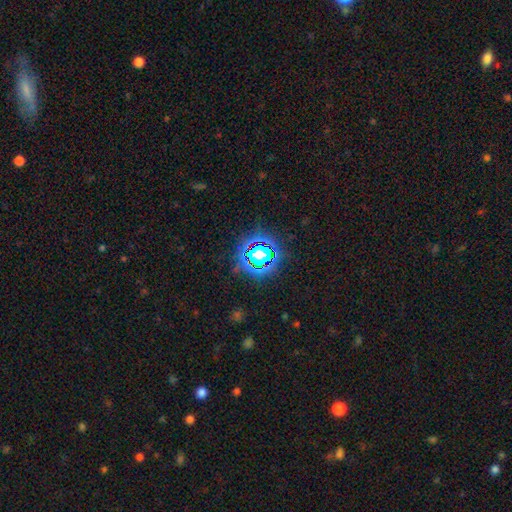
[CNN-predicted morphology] smooth-or-featured: star or artifact: 79% | smooth: 13% | featured or disk: 8%